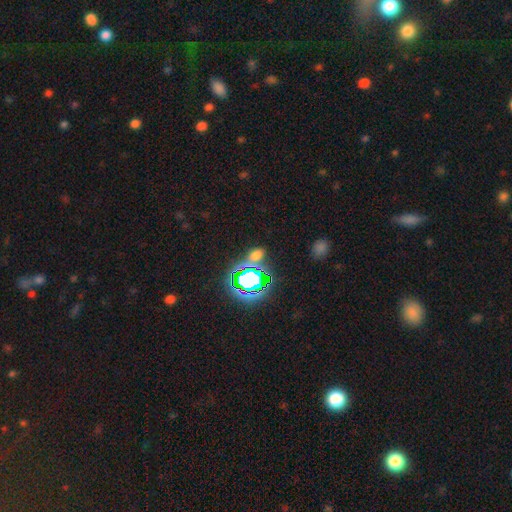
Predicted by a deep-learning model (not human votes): A star or artifact, not a galaxy (46%).